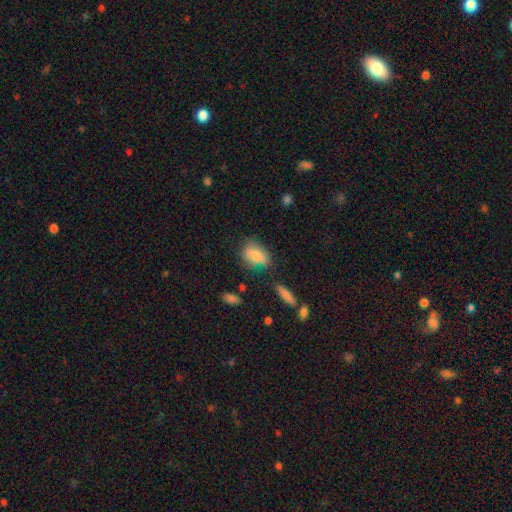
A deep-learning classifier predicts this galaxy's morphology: Smooth or featured? smooth (79%)
How rounded? in between (72%)
Merging? none (65%)